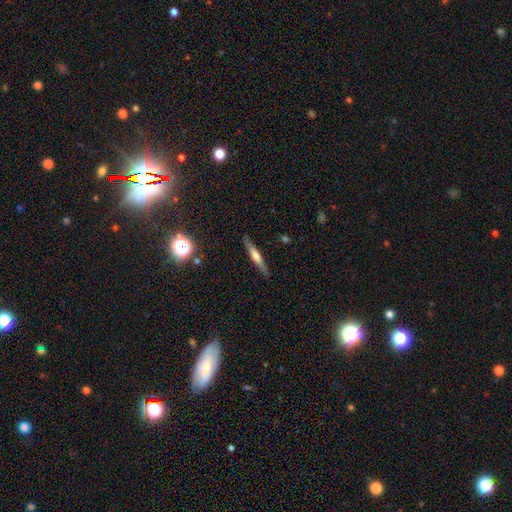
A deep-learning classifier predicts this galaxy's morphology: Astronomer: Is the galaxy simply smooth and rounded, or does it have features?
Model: featured or disk — 52% (runner-up: smooth, 39%).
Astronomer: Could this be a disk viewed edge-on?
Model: yes — 95%.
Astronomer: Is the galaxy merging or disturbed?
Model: none — 88%.